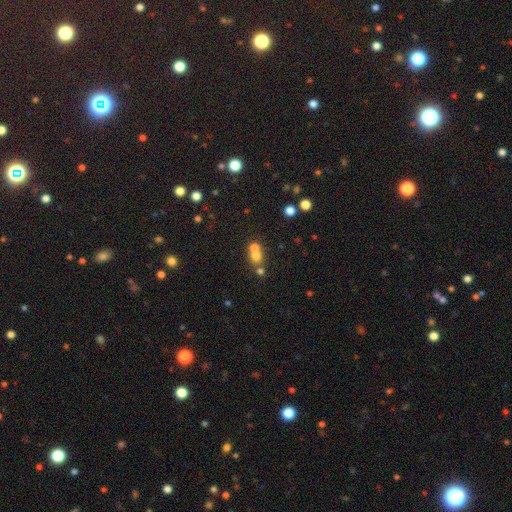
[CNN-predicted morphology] This appears to be a smooth galaxy with no disk features (65%) that is round (81%). Merging: merger (56%).